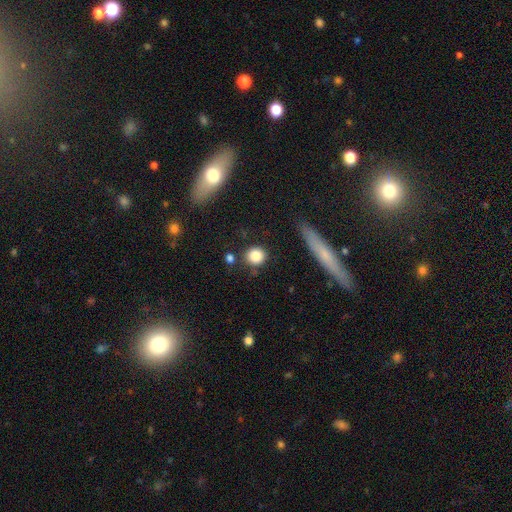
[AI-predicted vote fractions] A smooth galaxy with no disk features (85%) that is round (86%). Merging: none (80%).